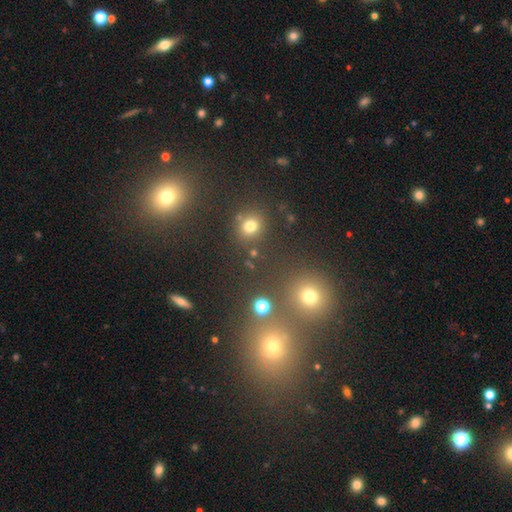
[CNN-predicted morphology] This appears to be a smooth galaxy with no disk features (53%) that is round (81%). Merging: none (75%).